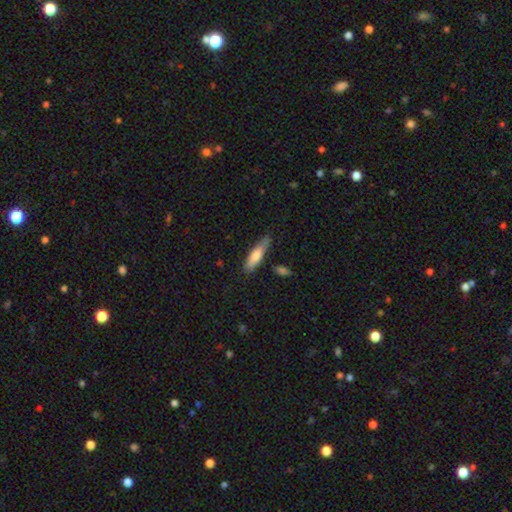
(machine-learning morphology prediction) This appears to be a smooth galaxy with no disk features (70%) that is cigar-shaped (68%). Merging: none (71%).